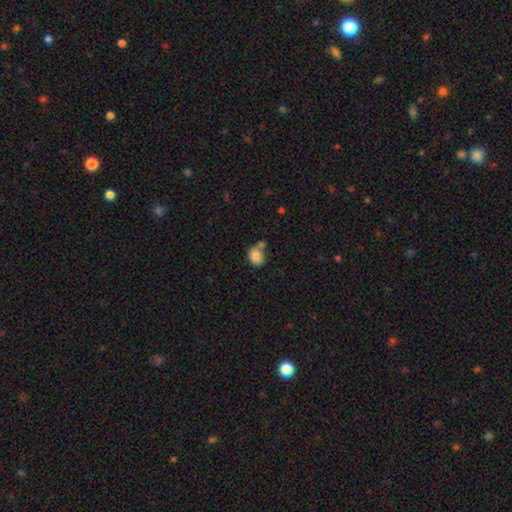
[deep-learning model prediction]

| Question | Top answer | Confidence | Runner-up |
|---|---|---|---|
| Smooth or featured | smooth | 82% | star or artifact (9%) |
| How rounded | in between | 59% | round (40%) |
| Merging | none | 53% | merger (25%) |